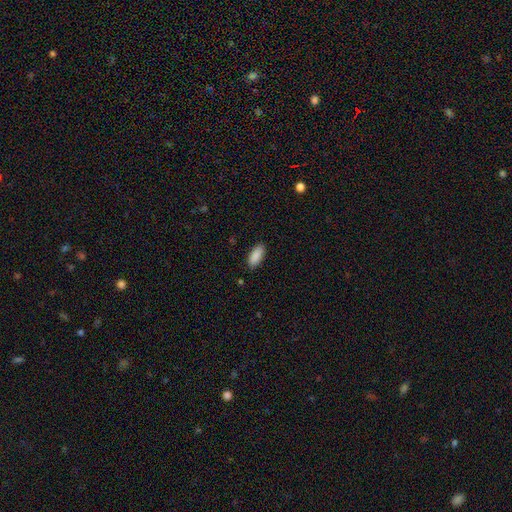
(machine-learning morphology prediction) smooth 90%, star or artifact 6%, featured or disk 3%. Down the decision tree: how rounded — in between (86%); merging — none (87%).